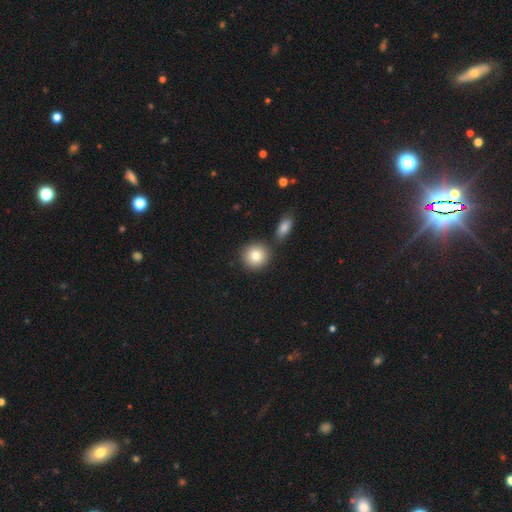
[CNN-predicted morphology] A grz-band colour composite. It shows a smooth galaxy with no disk features (82%) that is round (89%). Merging: none (75%).